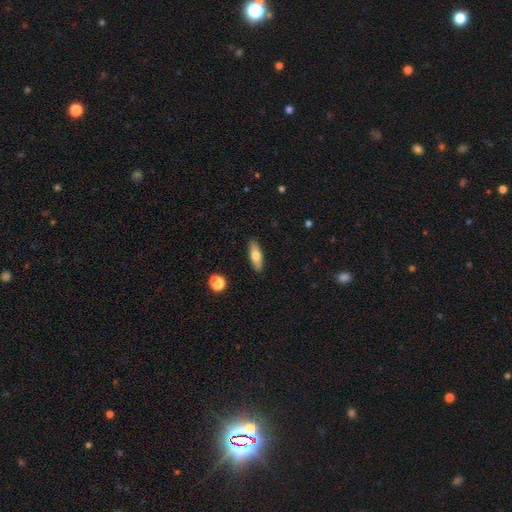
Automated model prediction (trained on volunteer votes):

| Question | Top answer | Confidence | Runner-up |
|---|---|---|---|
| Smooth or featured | smooth | 67% | featured or disk (26%) |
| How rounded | in between | 51% | cigar-shaped (46%) |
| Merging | none | 88% | minor disturbance (8%) |